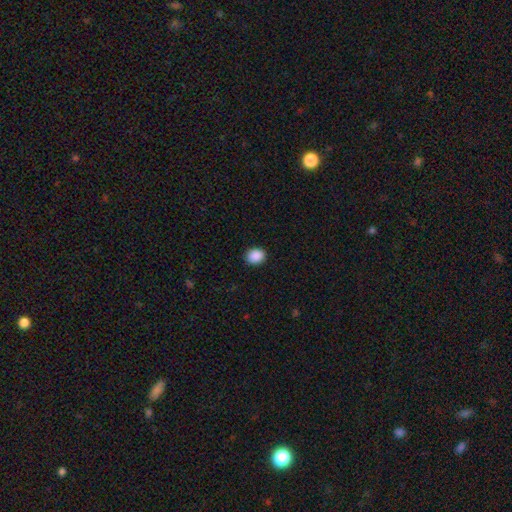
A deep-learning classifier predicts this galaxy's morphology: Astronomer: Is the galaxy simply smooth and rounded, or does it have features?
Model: smooth — 89%.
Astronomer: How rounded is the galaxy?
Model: round — 61% (runner-up: in between, 38%).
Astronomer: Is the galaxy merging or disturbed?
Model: none — 91%.